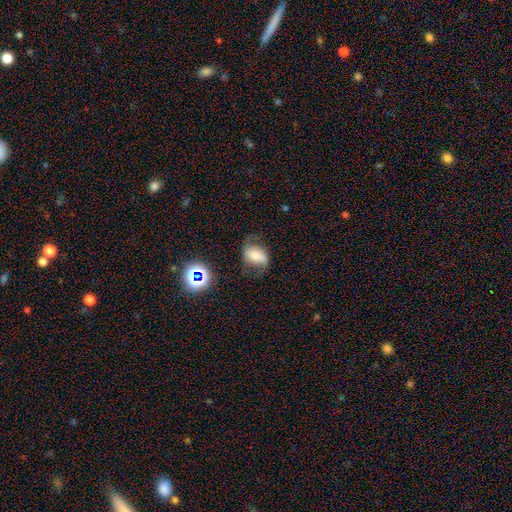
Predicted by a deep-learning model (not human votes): A featured or disk galaxy (51%).

Vote fractions:
- Smooth or featured? featured or disk: 51% / smooth: 35% / star or artifact: 14%
- Edge-on disk? no: 95% / yes: 5%
- Merging? none: 59% / minor disturbance: 25% / major disturbance: 14% / merger: 2%